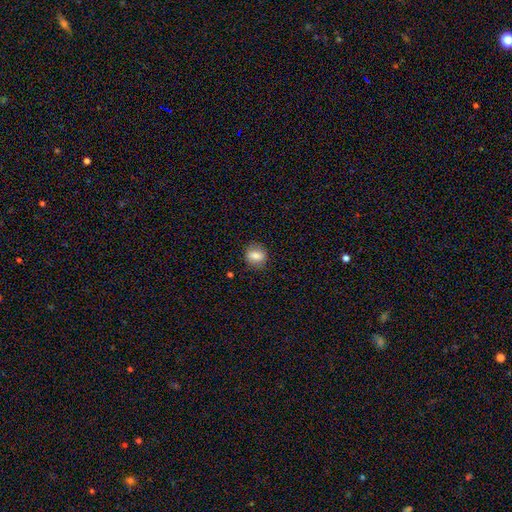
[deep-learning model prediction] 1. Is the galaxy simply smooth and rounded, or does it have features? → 75% smooth, 16% featured or disk, 9% star or artifact.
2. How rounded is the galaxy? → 61% round, 37% in between, 2% cigar-shaped.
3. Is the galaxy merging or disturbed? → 84% none, 12% minor disturbance, 3% major disturbance, 1% merger.